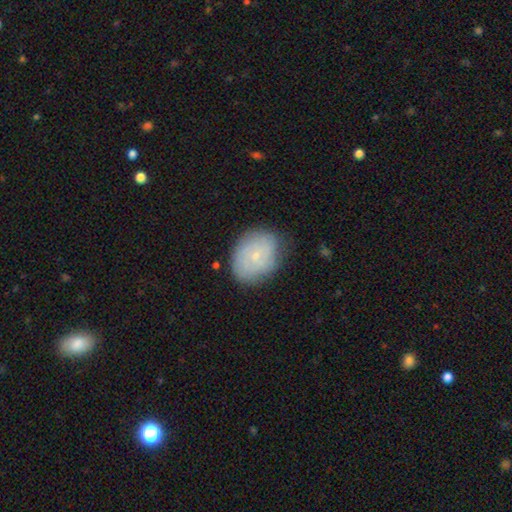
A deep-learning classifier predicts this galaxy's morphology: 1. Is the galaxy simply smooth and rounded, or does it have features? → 57% smooth, 34% featured or disk, 8% star or artifact.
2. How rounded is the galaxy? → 57% in between, 42% round, 1% cigar-shaped.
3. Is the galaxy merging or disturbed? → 74% none, 19% minor disturbance, 5% major disturbance, 2% merger.